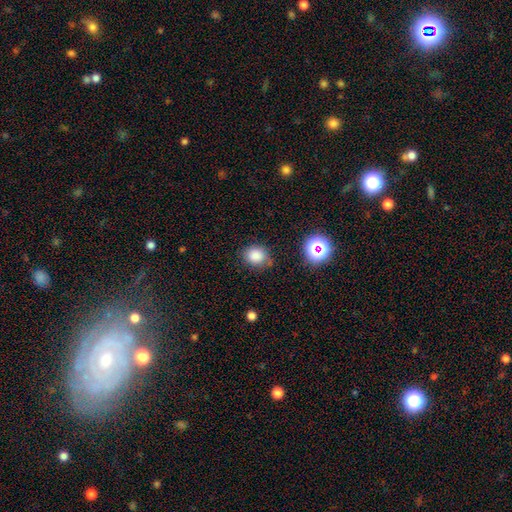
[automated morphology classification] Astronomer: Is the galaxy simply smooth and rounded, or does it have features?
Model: smooth — 82%.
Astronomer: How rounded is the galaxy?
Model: round — 66%.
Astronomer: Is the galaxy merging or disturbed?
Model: none — 73%.